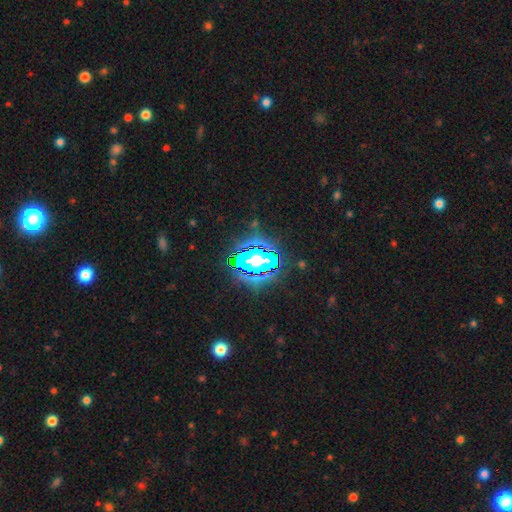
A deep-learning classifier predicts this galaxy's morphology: A star or artifact, not a galaxy (82%).

Vote fractions:
- Smooth or featured? star or artifact: 82% / smooth: 10% / featured or disk: 8%